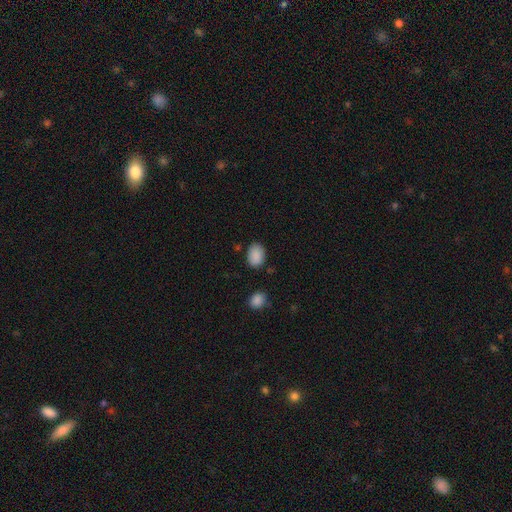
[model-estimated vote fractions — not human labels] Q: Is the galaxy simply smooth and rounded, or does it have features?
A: smooth — 89%.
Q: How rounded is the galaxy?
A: in between — 74%.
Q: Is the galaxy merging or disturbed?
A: none — 81%.